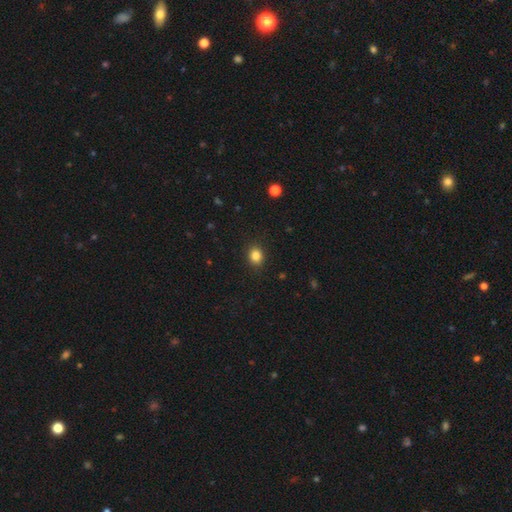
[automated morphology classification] A smooth galaxy with no disk features (85%) that is round (62%).

Vote fractions:
- Smooth or featured? smooth: 85% / star or artifact: 11% / featured or disk: 4%
- How rounded? round: 62% / in between: 37% / cigar-shaped: 1%
- Merging? none: 89% / minor disturbance: 8% / major disturbance: 2% / merger: 1%